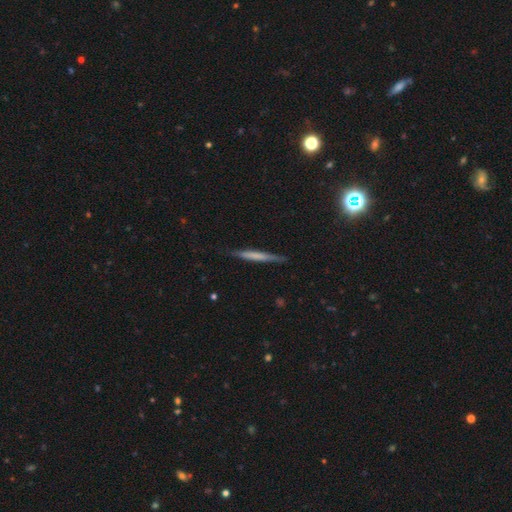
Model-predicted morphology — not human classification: A smooth galaxy with no disk features (56%) that is cigar-shaped (96%).

Vote fractions:
- Smooth or featured? smooth: 56% / featured or disk: 38% / star or artifact: 6%
- How rounded? cigar-shaped: 96% / in between: 3% / round: 1%
- Merging? none: 85% / minor disturbance: 12% / major disturbance: 2% / merger: 1%